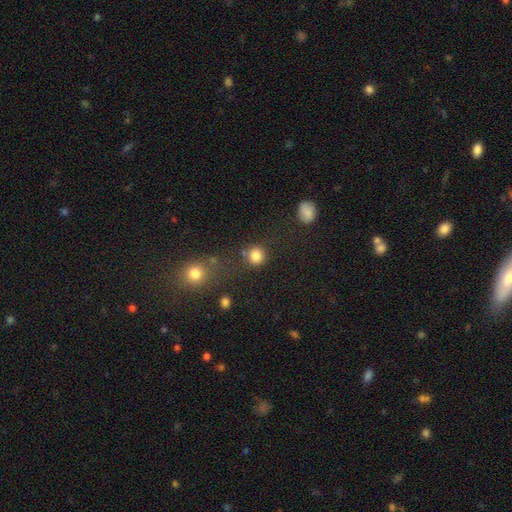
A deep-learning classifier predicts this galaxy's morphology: This is clearly a smooth galaxy (83%). How rounded: clearly round (88%). Merging: likely none (75%).